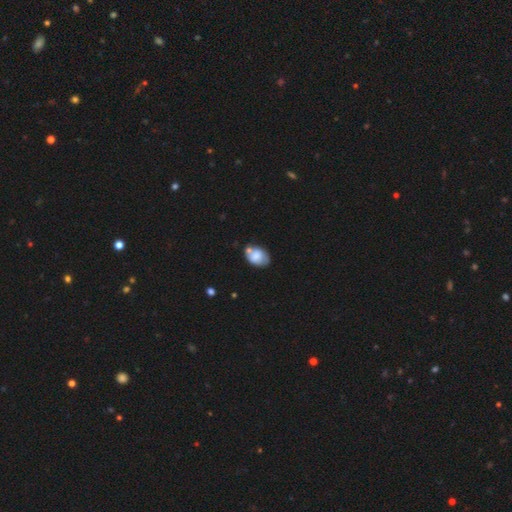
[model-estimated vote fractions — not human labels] This is likely a smooth galaxy (70%). How rounded: likely in between (78%). Merging: possibly none (47%).